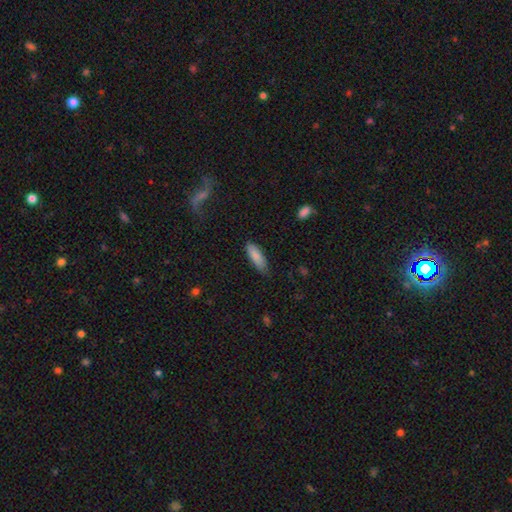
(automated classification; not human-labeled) Q: Smooth or featured?
A: smooth (86%); runner-up: featured or disk (8%)
Q: How rounded?
A: in between (59%); runner-up: cigar-shaped (40%)
Q: Merging?
A: none (77%); runner-up: minor disturbance (19%)